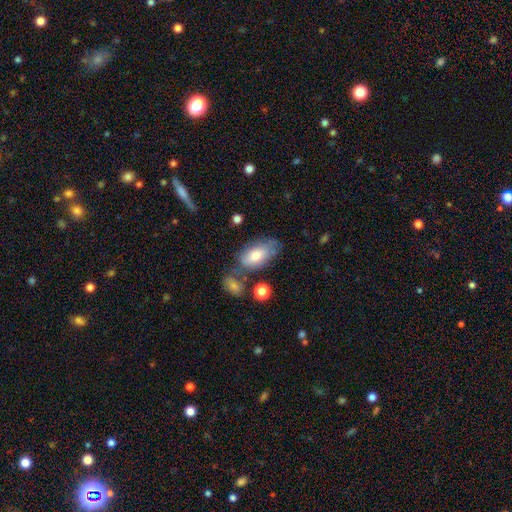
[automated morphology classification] Smooth or featured: smooth — 75% (featured or disk — 19%)
How rounded: in between — 92% (round — 4%)
Merging: none — 56% (minor disturbance — 23%)